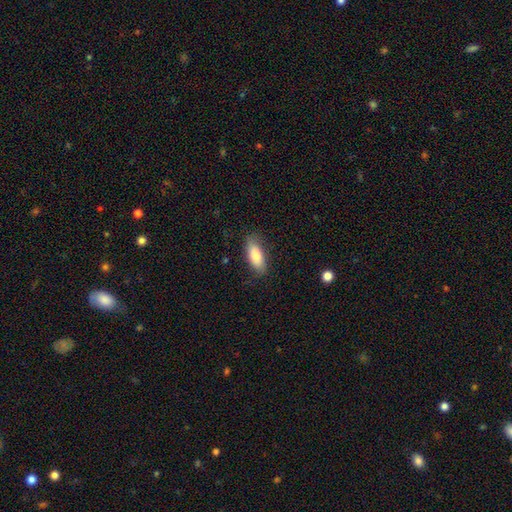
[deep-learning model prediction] The model was most divided on "how rounded": in between: 78%, cigar-shaped: 20%, round: 2%. More confident: merging — none (82%); smooth or featured — smooth (79%).